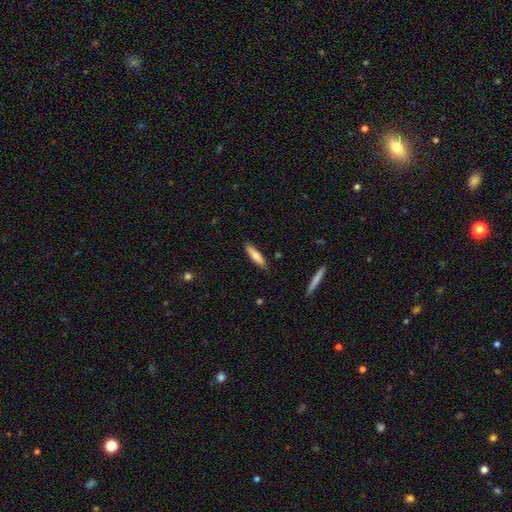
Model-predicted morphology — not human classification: Smooth or featured: smooth — 62% (featured or disk — 32%)
How rounded: cigar-shaped — 79% (in between — 20%)
Merging: none — 85% (minor disturbance — 12%)